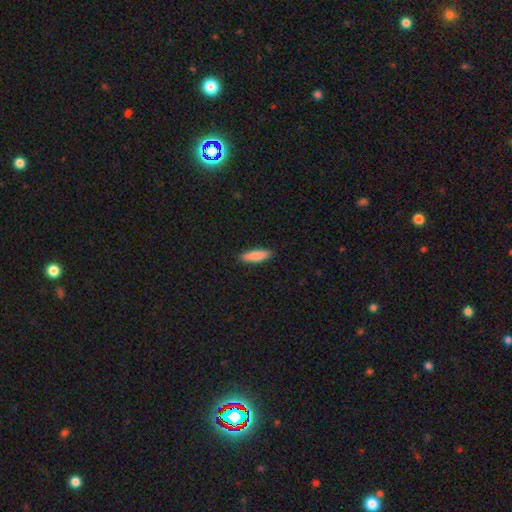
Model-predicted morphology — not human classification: smooth_or_featured: smooth (p=0.85) [alt: featured or disk p=0.09]
how_rounded: cigar-shaped (p=0.64) [alt: in between p=0.34]
merging: none (p=0.90) [alt: minor disturbance p=0.07]